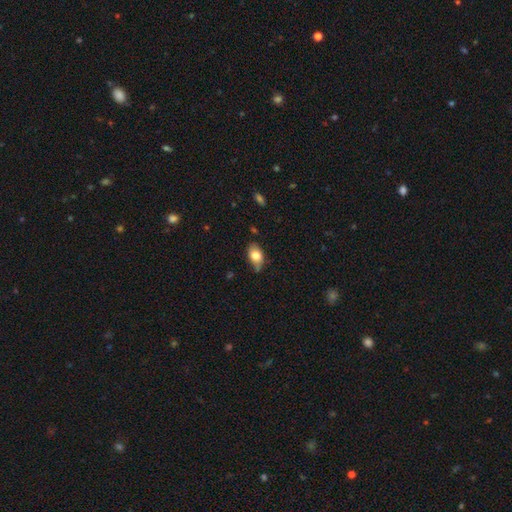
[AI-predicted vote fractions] smooth 79%, featured or disk 13%, star or artifact 7%. Down the decision tree: how rounded — in between (87%); merging — none (61%).